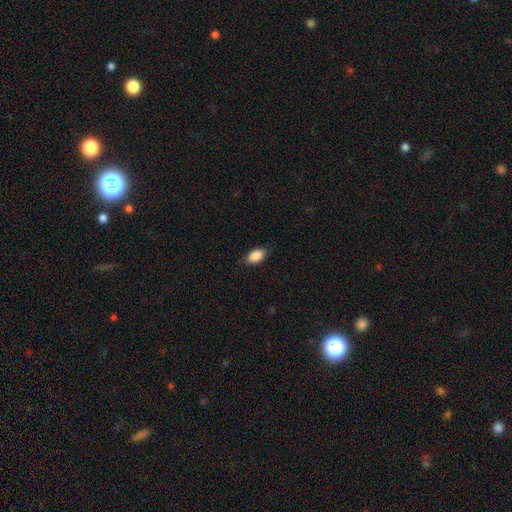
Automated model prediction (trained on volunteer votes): This is clearly a smooth galaxy (88%). How rounded: clearly in between (92%). Merging: clearly none (82%).